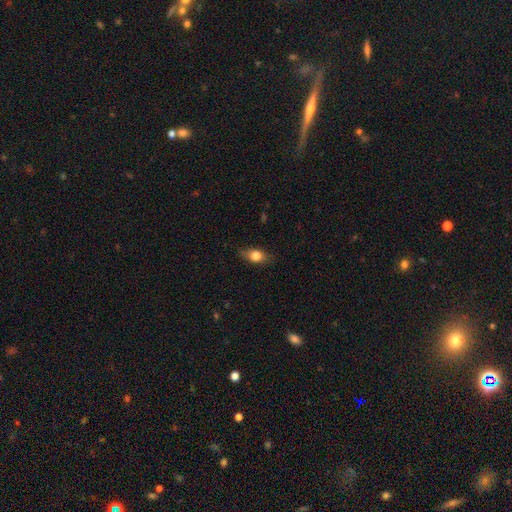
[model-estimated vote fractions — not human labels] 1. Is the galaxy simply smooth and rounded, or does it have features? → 75% smooth, 16% featured or disk, 8% star or artifact.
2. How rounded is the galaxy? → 72% in between, 20% round, 8% cigar-shaped.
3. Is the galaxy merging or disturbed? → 77% none, 18% minor disturbance, 4% major disturbance, 1% merger.